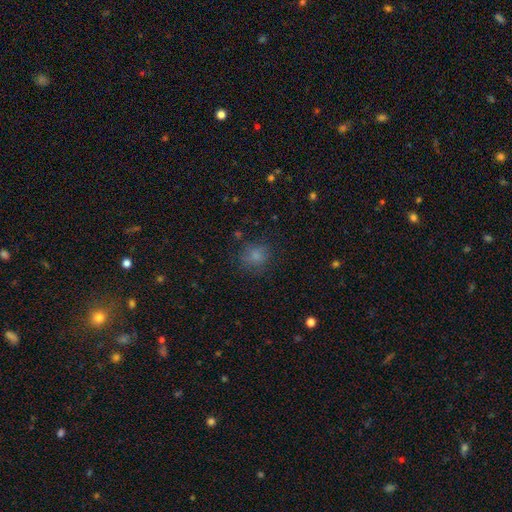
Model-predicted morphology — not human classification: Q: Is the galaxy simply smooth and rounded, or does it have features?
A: smooth — 77%.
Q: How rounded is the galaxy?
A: round — 79%.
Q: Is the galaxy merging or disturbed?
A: none — 78%.